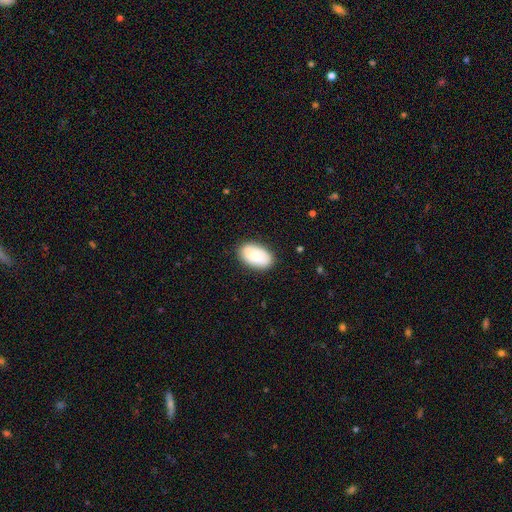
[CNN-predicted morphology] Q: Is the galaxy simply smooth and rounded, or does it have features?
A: smooth — 77%.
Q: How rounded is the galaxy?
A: in between — 93%.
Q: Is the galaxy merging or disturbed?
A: none — 82%.